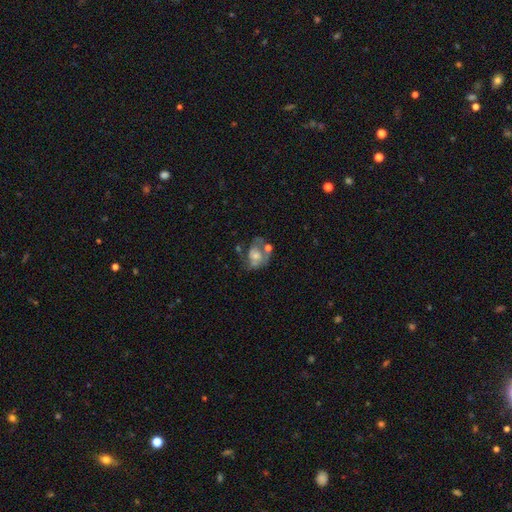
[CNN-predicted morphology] Smooth or featured?
  - featured or disk: 55% *
  - smooth: 36%
  - star or artifact: 8%
Edge-on disk?
  - no: 97% *
  - yes: 3%
Bar?
  - no: 79% *
  - weak: 17%
  - strong: 4%
Spiral arms?
  - no: 55% *
  - yes: 45%
Bulge size?
  - moderate: 49% *
  - small: 30%
  - large: 11%
  - none: 9%
  - dominant: 2%
Merging?
  - none: 31% *
  - major disturbance: 25%
  - merger: 22%
  - minor disturbance: 22%